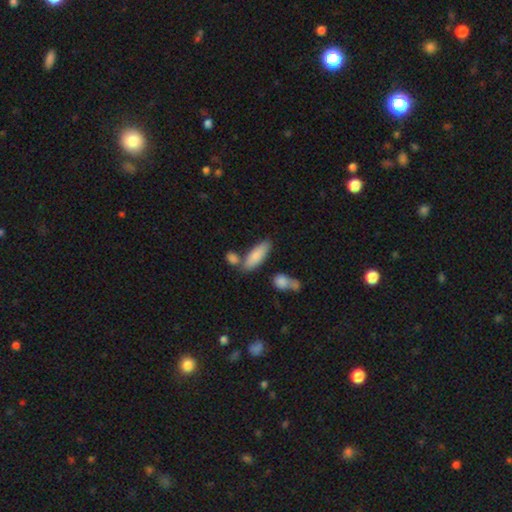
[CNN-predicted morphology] Q: Smooth or featured?
A: smooth (83%); runner-up: featured or disk (11%)
Q: How rounded?
A: in between (64%); runner-up: cigar-shaped (33%)
Q: Merging?
A: none (64%); runner-up: merger (18%)